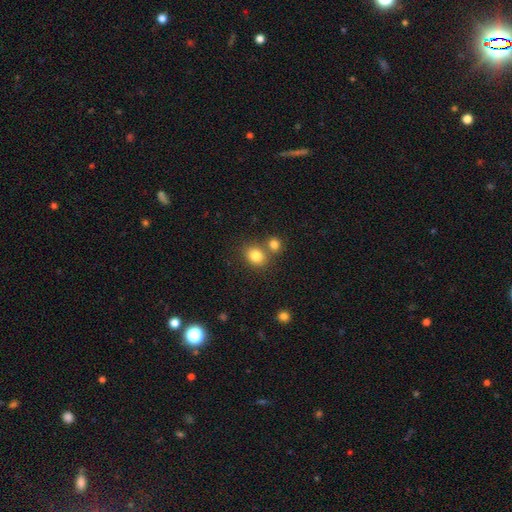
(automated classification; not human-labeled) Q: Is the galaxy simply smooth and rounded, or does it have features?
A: smooth — 82%.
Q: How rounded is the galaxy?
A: round — 57%.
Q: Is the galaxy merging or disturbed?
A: none — 59%.